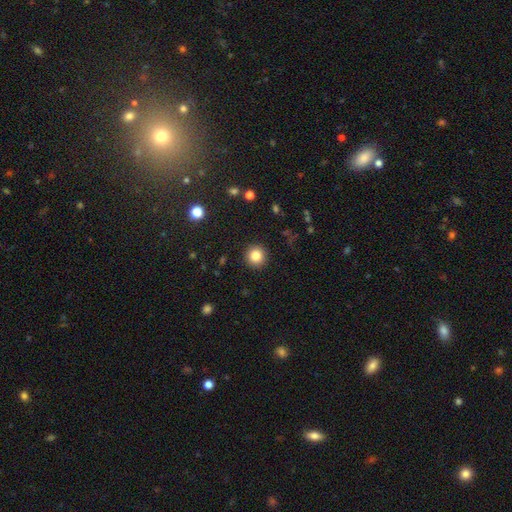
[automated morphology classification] Smooth or featured: smooth — 83% (star or artifact — 11%)
How rounded: round — 94% (in between — 5%)
Merging: none — 92% (minor disturbance — 5%)